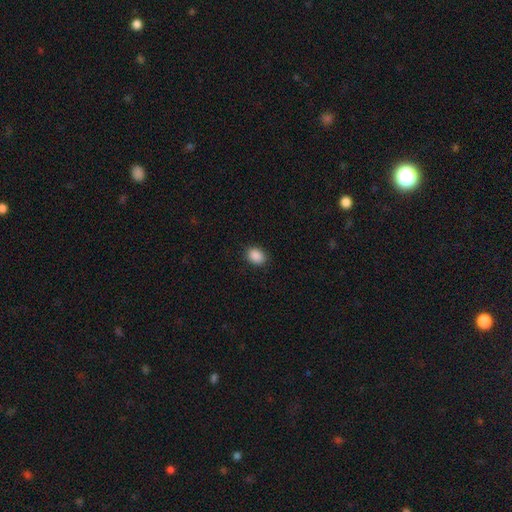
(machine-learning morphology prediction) This appears to be a smooth galaxy with no disk features (89%) that is in between round and cigar-shaped (67%). Merging: none (88%).